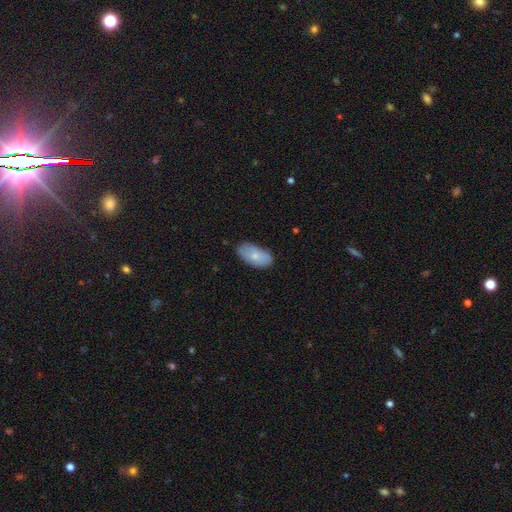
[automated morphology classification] A smooth galaxy with no disk features (74%) that is in between round and cigar-shaped (94%).

Vote fractions:
- Smooth or featured? smooth: 74% / featured or disk: 20% / star or artifact: 6%
- How rounded? in between: 94% / cigar-shaped: 3% / round: 3%
- Merging? none: 70% / minor disturbance: 24% / major disturbance: 4% / merger: 2%